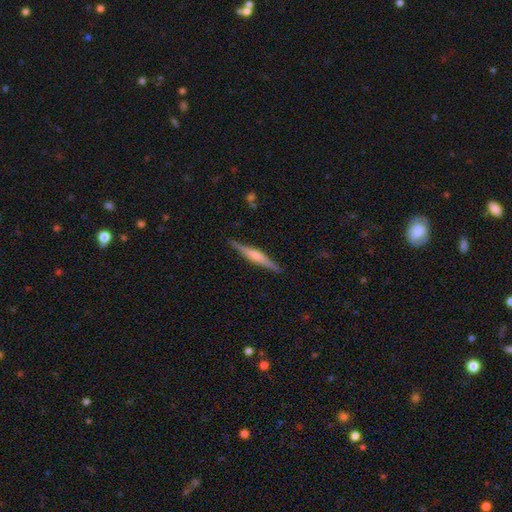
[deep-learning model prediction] smooth_or_featured: featured or disk (p=0.64) [alt: smooth p=0.30]
disk_edge_on: yes (p=0.98) [alt: no p=0.02]
edge_on_bulge: rounded (p=0.59) [alt: boxy p=0.26]
merging: none (p=0.89) [alt: minor disturbance p=0.08]